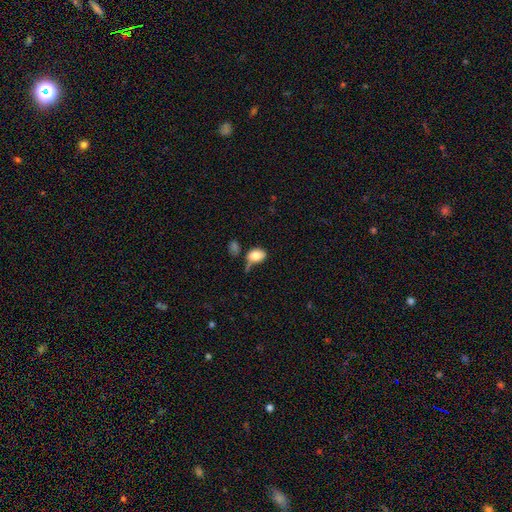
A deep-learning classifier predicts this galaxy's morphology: Overall: smooth (80%). How rounded: in between (77%). Merging: none (35%; minor disturbance 27%).